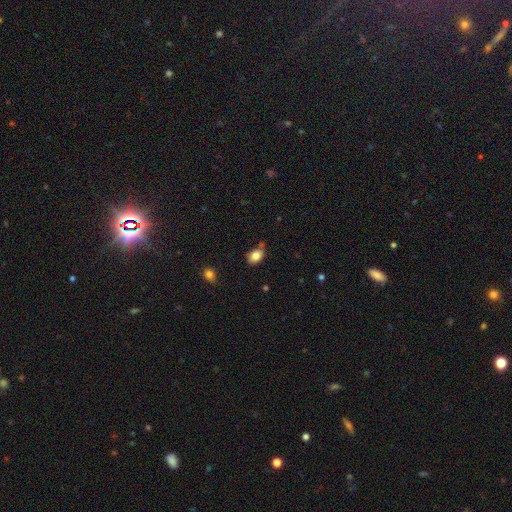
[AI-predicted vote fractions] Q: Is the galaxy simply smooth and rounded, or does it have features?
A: smooth — 83%.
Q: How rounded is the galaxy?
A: in between — 75%.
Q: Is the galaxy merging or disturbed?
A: none — 64%.